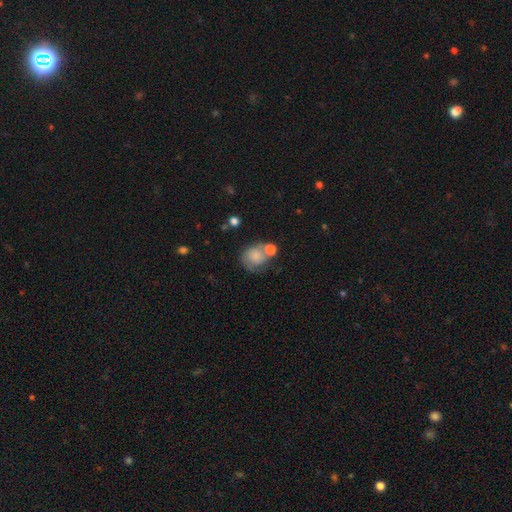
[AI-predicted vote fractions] Smooth or featured: smooth — 69% (featured or disk — 21%)
How rounded: round — 71% (in between — 28%)
Merging: none — 40% (merger — 28%)